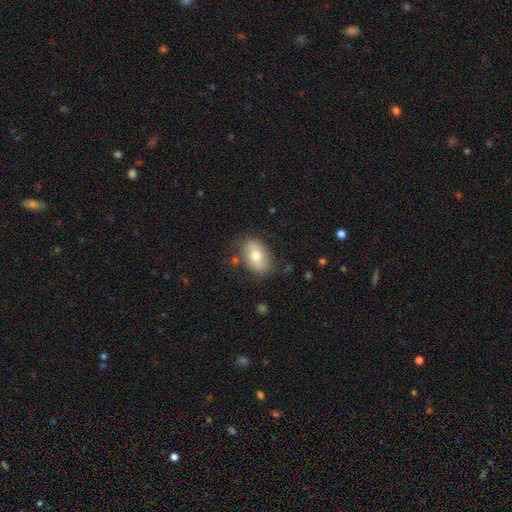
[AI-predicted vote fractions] Smooth or featured? smooth (67%)
How rounded? in between (84%)
Merging? none (77%)